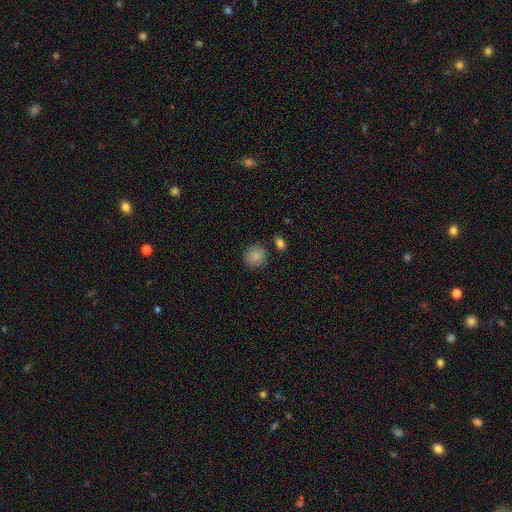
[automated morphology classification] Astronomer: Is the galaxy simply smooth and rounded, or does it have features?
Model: smooth — 86%.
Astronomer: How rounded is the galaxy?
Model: round — 84%.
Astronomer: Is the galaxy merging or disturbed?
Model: none — 81%.